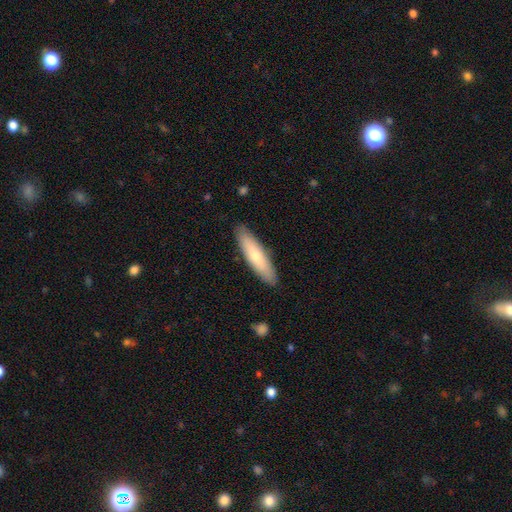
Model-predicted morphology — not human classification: A smooth galaxy with no disk features (69%) that is cigar-shaped (73%).

Vote fractions:
- Smooth or featured? smooth: 69% / featured or disk: 25% / star or artifact: 5%
- How rounded? cigar-shaped: 73% / in between: 26% / round: 1%
- Merging? none: 88% / minor disturbance: 9% / major disturbance: 2% / merger: 1%